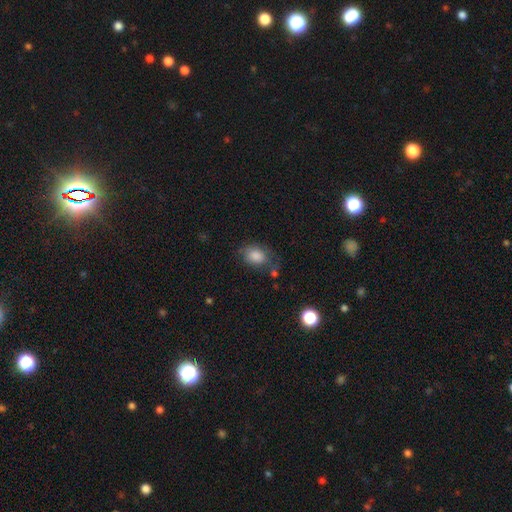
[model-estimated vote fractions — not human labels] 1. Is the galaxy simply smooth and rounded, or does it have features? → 80% smooth, 11% featured or disk, 9% star or artifact.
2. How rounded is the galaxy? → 76% in between, 23% round, 1% cigar-shaped.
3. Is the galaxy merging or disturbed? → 55% none, 27% minor disturbance, 12% major disturbance, 6% merger.